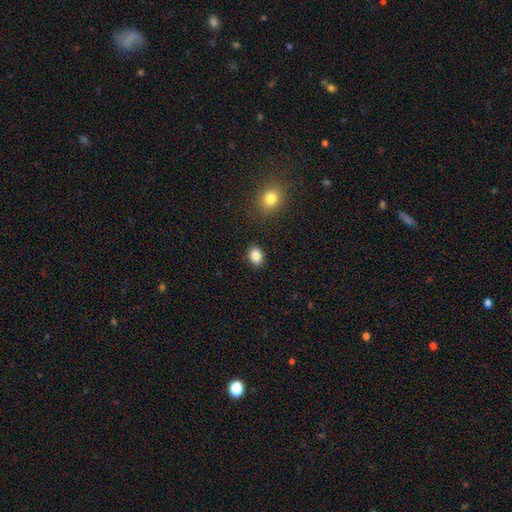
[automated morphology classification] Smooth or featured? smooth (86%)
How rounded? in between (58%)
Merging? none (88%)